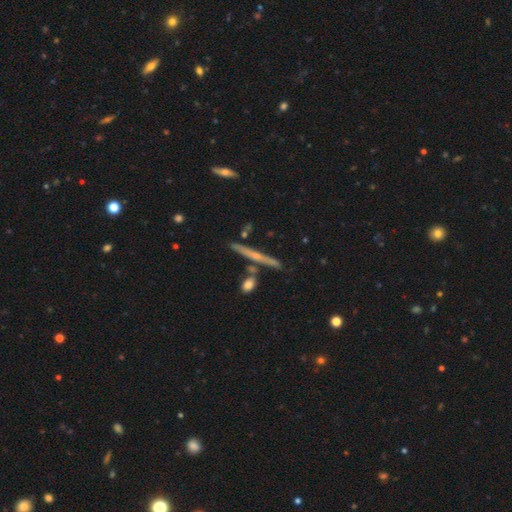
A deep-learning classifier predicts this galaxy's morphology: This is likely a featured or disk galaxy (65%). It is clearly viewed edge-on (97%). Edge-on bulge: possibly rounded (51%). Merging: clearly none (82%).